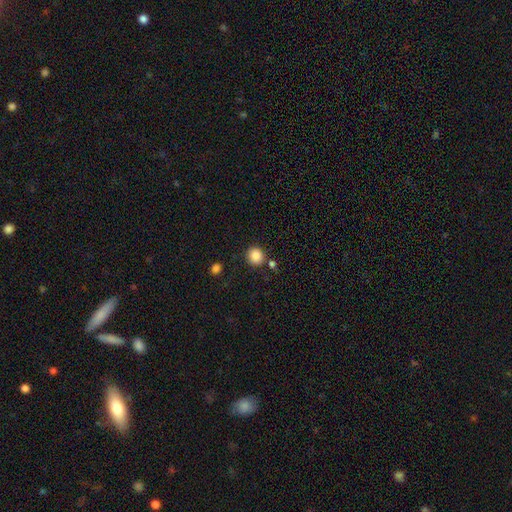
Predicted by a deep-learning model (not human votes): Smooth or featured? smooth (86%)
How rounded? round (88%)
Merging? none (82%)